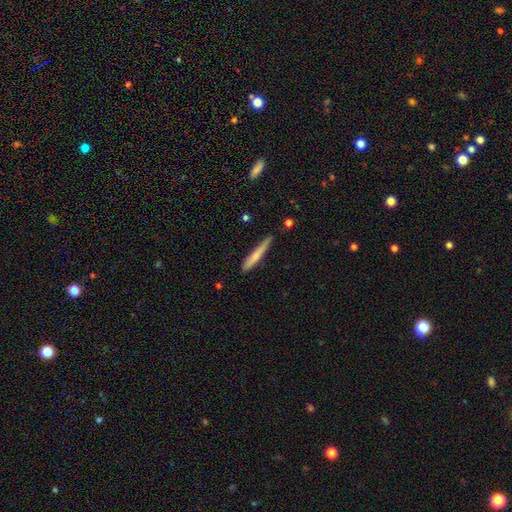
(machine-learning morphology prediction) A smooth galaxy with no disk features (63%) that is cigar-shaped (95%). Merging: none (82%).